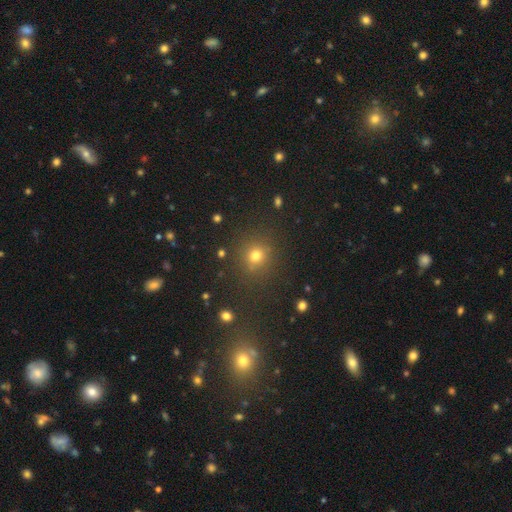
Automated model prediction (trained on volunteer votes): Smooth or featured: smooth — 73% (star or artifact — 19%)
How rounded: round — 87% (in between — 12%)
Merging: none — 83% (minor disturbance — 9%)